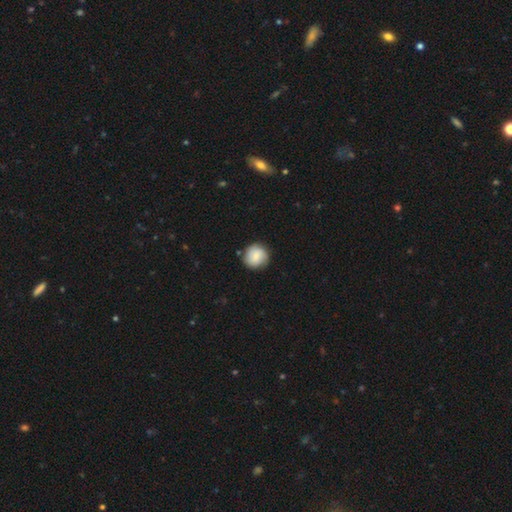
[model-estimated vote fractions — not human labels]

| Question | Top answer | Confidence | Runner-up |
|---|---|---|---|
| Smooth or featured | smooth | 75% | featured or disk (18%) |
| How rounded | round | 93% | in between (6%) |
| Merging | none | 83% | minor disturbance (13%) |